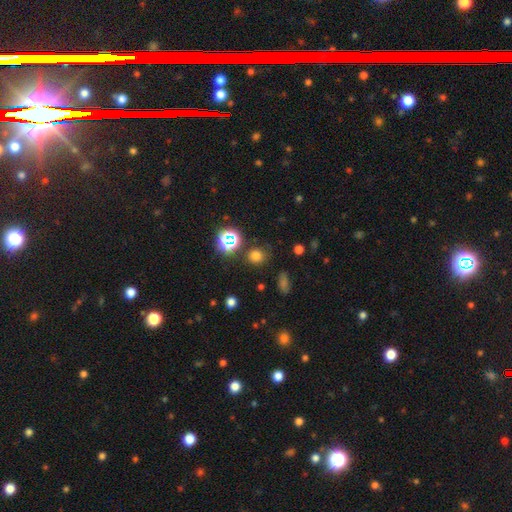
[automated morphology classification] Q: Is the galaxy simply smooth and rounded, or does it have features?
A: smooth — 69%.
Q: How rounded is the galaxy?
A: round — 86%.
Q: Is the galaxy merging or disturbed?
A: none — 81%.